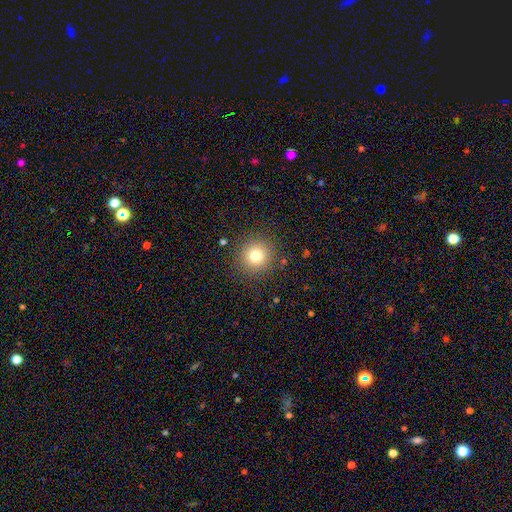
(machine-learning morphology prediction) Smooth or featured? smooth (78%)
How rounded? round (93%)
Merging? none (88%)